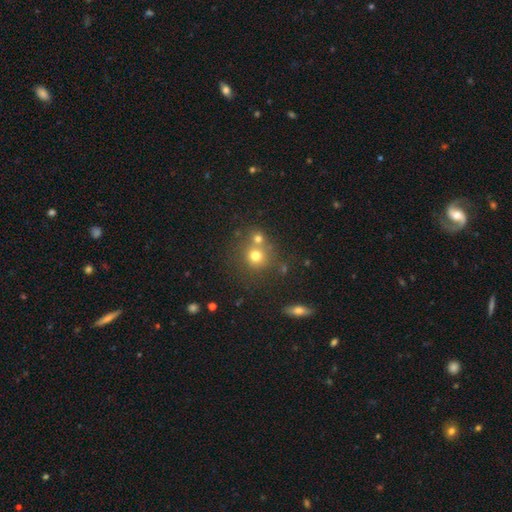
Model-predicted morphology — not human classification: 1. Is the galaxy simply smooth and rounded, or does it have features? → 71% smooth, 16% star or artifact, 13% featured or disk.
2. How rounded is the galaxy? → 88% round, 11% in between, 1% cigar-shaped.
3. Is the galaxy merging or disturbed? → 55% none, 32% merger, 9% minor disturbance, 4% major disturbance.